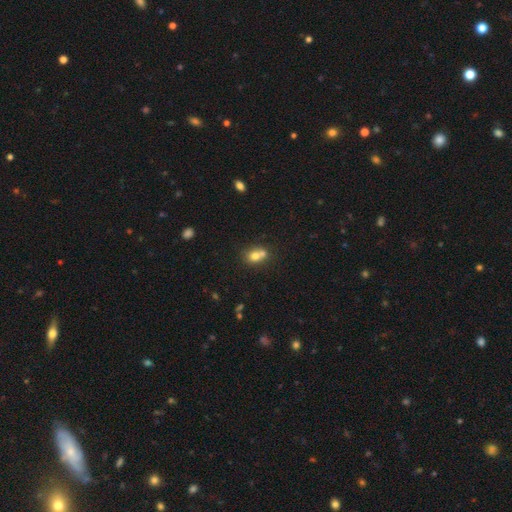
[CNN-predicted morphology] smooth-or-featured: smooth: 71% | featured or disk: 17% | star or artifact: 12%
  how-rounded: round: 60% | in between: 39% | cigar-shaped: 1%
  merging: merger: 54% | none: 34% | minor disturbance: 9% | major disturbance: 3%